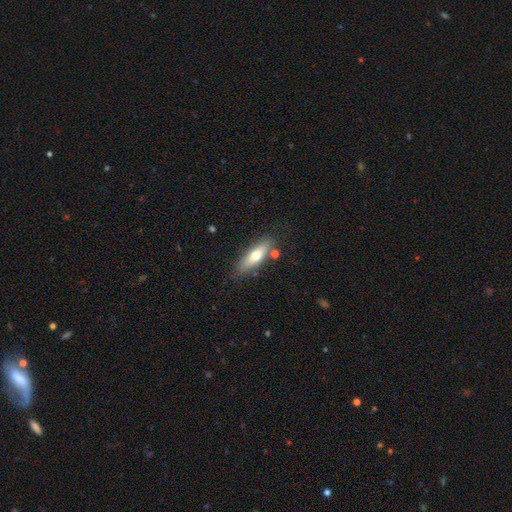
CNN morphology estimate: Smooth or featured? Predicted: smooth (p=0.59). How rounded? Predicted: cigar-shaped (p=0.50). Merging? Predicted: none (p=0.79).